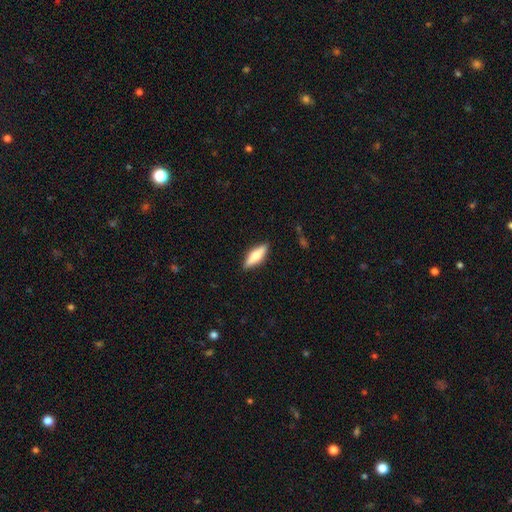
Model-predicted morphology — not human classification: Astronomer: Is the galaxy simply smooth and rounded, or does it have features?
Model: smooth — 58% (runner-up: featured or disk, 36%).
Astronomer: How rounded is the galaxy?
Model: cigar-shaped — 53% (runner-up: in between, 44%).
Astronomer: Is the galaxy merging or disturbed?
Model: none — 88%.